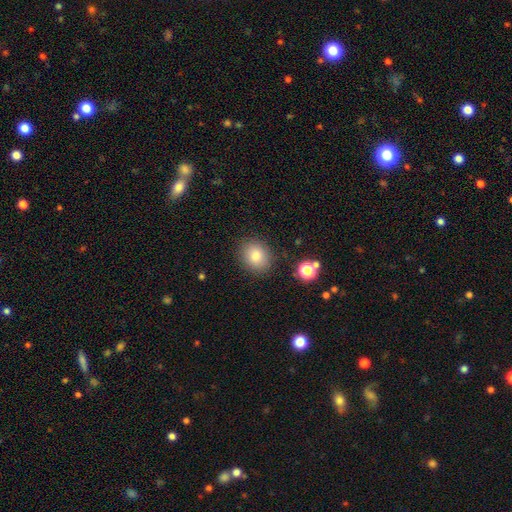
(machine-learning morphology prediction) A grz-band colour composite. It shows a smooth galaxy with no disk features (81%) that is round (67%). Merging: none (86%).